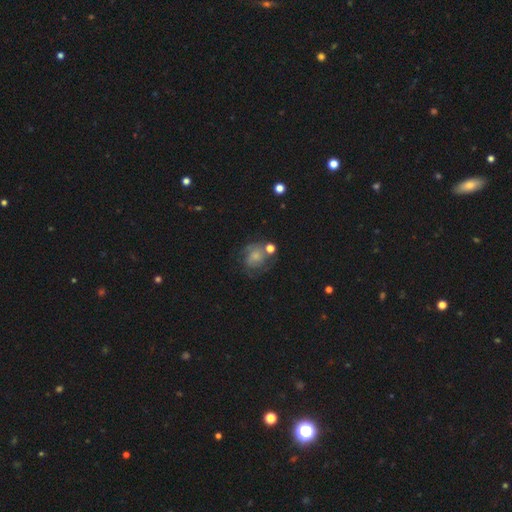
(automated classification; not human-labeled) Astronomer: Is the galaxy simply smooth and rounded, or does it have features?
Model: featured or disk — 57% (runner-up: smooth, 32%).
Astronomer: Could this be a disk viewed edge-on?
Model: no — 98%.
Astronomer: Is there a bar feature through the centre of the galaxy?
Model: no — 75%.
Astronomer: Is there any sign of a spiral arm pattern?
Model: yes — 83%.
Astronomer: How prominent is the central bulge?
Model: small — 44% (runner-up: moderate, 27%).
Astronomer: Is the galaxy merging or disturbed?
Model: none — 53%.